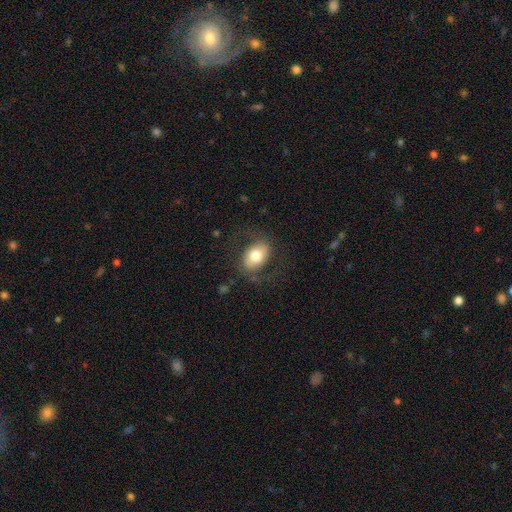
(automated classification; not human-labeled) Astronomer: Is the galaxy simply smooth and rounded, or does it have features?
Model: smooth — 66%.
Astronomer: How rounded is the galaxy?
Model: in between — 83%.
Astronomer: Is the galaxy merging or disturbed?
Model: none — 73%.